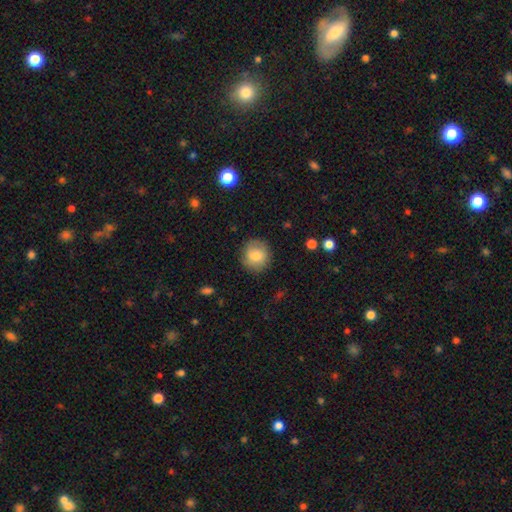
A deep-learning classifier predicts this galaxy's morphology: This is clearly a smooth galaxy (80%). How rounded: clearly round (88%). Merging: clearly none (84%).